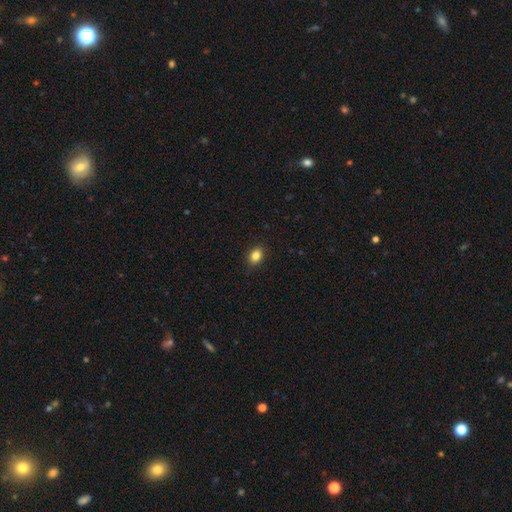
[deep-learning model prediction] The model was most divided on "how rounded": in between: 57%, round: 42%, cigar-shaped: 1%. More confident: merging — none (87%); smooth or featured — smooth (85%).